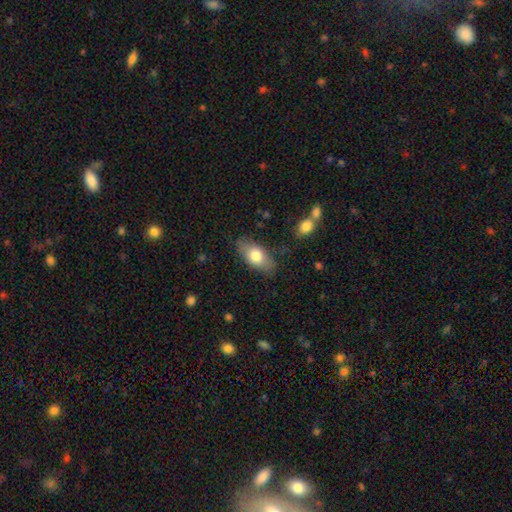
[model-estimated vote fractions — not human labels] Smooth or featured? smooth (75%)
How rounded? in between (88%)
Merging? none (78%)